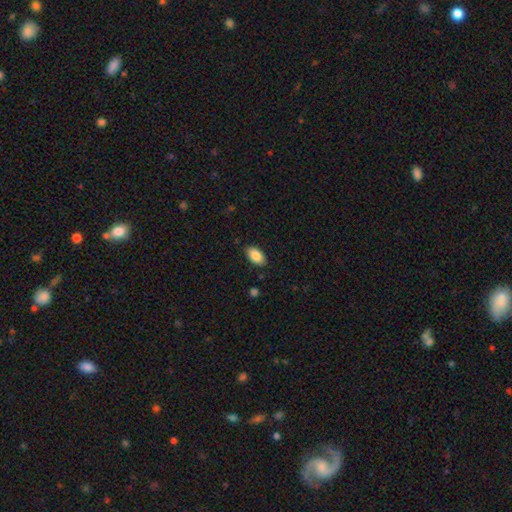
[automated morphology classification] Smooth or featured? smooth (87%)
How rounded? in between (94%)
Merging? none (87%)